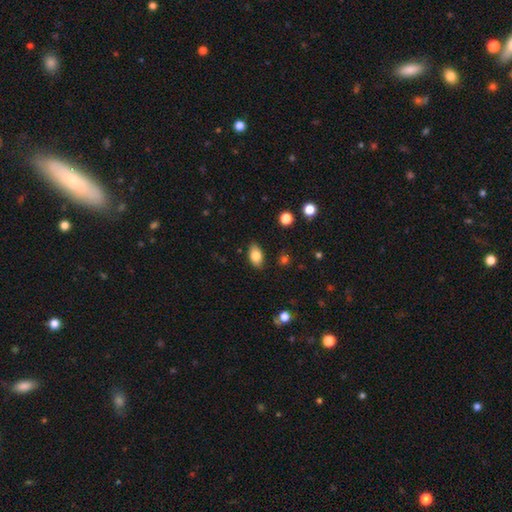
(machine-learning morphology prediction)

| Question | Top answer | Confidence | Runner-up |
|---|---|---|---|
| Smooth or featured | smooth | 82% | featured or disk (10%) |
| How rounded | in between | 90% | round (7%) |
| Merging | none | 85% | minor disturbance (11%) |